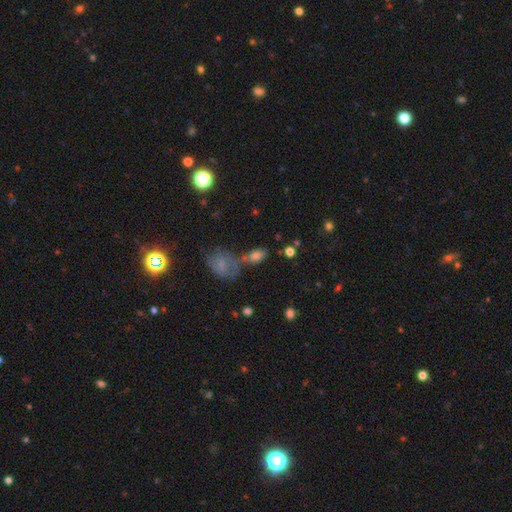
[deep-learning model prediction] Smooth or featured? smooth (74%)
How rounded? in between (83%)
Merging? none (49%)